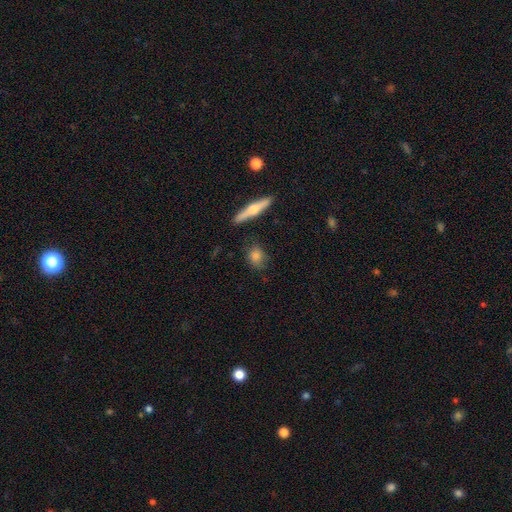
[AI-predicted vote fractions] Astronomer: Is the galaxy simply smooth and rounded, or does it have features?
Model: smooth — 77%.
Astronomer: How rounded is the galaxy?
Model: in between — 53% (runner-up: round, 37%).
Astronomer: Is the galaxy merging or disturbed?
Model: none — 77%.